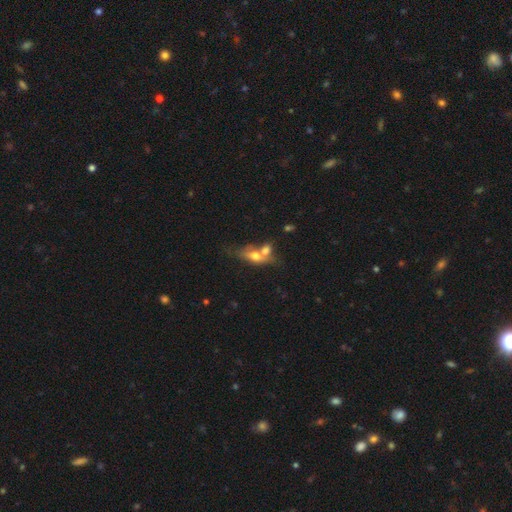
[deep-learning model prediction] Smooth or featured? smooth (54%)
How rounded? in between (66%)
Merging? merger (56%)